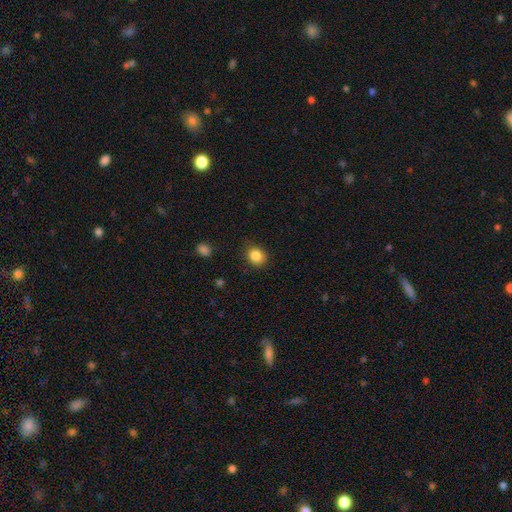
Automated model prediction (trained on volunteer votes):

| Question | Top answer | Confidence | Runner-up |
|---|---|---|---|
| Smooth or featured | smooth | 85% | star or artifact (10%) |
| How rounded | round | 69% | in between (30%) |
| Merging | none | 84% | minor disturbance (12%) |